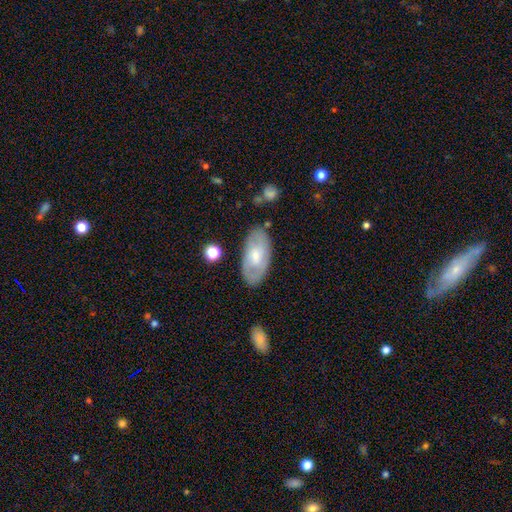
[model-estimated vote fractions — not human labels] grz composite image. It shows a smooth galaxy with no disk features (49%). Merging: none (80%).